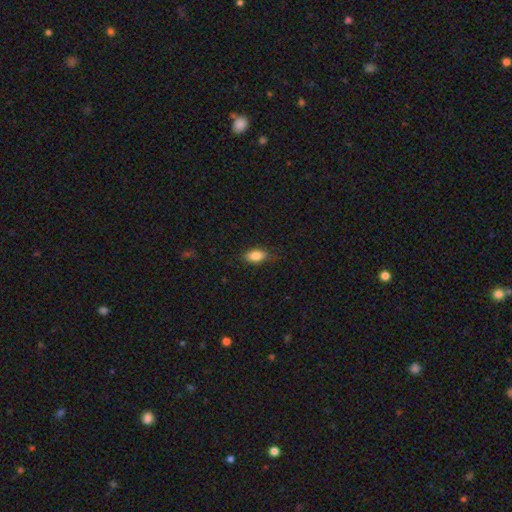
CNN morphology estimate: This appears to be a smooth galaxy with no disk features (85%) that is in between round and cigar-shaped (88%). Merging: none (79%).